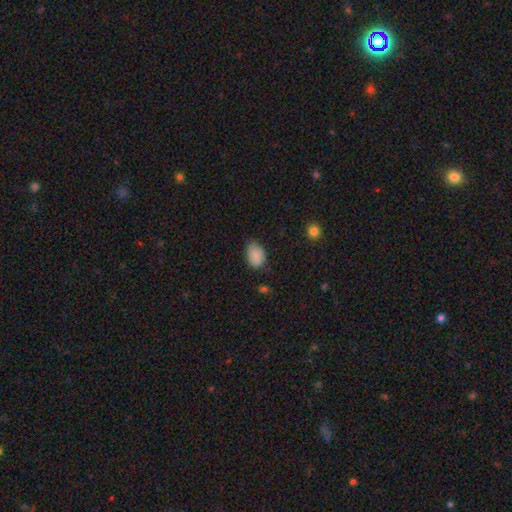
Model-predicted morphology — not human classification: Q: Smooth or featured?
A: smooth (86%); runner-up: star or artifact (8%)
Q: How rounded?
A: in between (81%); runner-up: round (18%)
Q: Merging?
A: none (62%); runner-up: minor disturbance (32%)